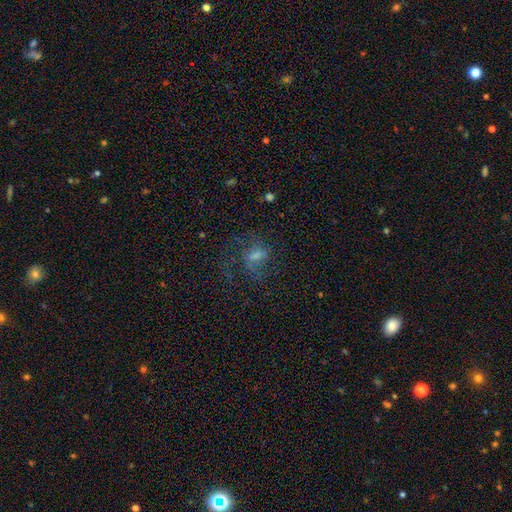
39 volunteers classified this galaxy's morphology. This appears to be a featured or disk galaxy (77%) with a weak bar (69%), 2 (66%) medium (59%) spiral arms (100%) and a moderate central bulge (59%). Merging: none (57%).